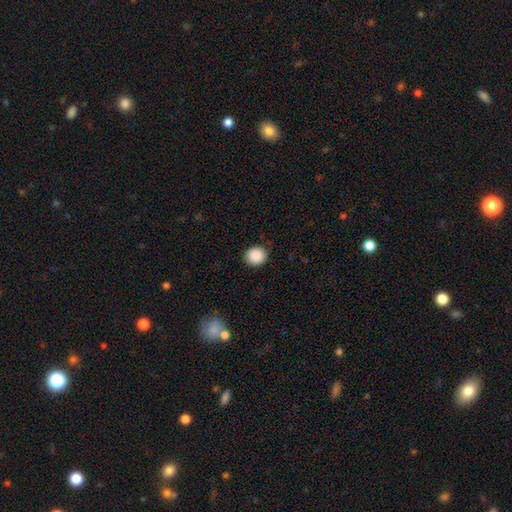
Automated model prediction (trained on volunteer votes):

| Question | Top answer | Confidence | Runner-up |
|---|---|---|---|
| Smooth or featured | smooth | 90% | star or artifact (8%) |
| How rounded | round | 86% | in between (13%) |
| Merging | none | 90% | minor disturbance (7%) |